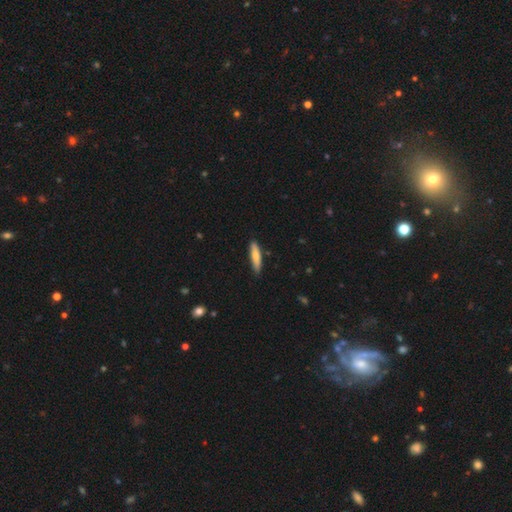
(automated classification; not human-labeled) Q: Smooth or featured?
A: smooth (74%); runner-up: featured or disk (20%)
Q: How rounded?
A: cigar-shaped (81%); runner-up: in between (17%)
Q: Merging?
A: none (86%); runner-up: minor disturbance (11%)